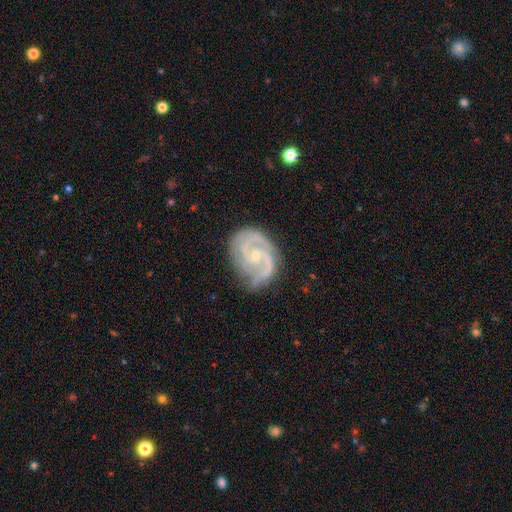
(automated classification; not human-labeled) Smooth or featured: featured or disk — 91% (star or artifact — 5%)
Edge-on disk: no — 98% (yes — 2%)
Bar: no — 62% (weak — 30%)
Spiral arms: yes — 98% (no — 2%)
Spiral winding: tight — 50% (medium — 44%)
Spiral arm count: 2 — 71% (3 — 16%)
Bulge size: small — 69% (moderate — 28%)
Merging: none — 71% (minor disturbance — 21%)